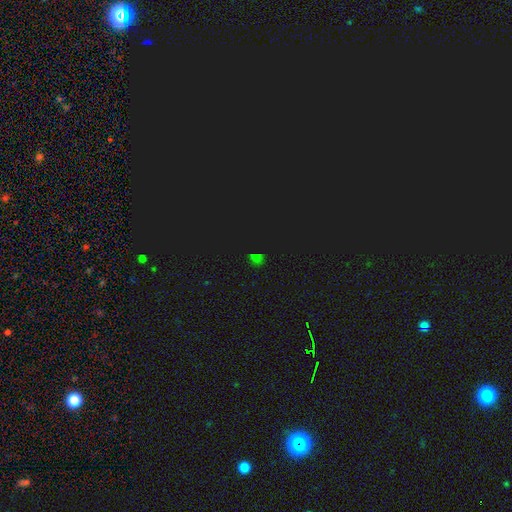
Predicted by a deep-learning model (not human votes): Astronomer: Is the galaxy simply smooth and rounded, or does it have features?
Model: star or artifact — 67%.